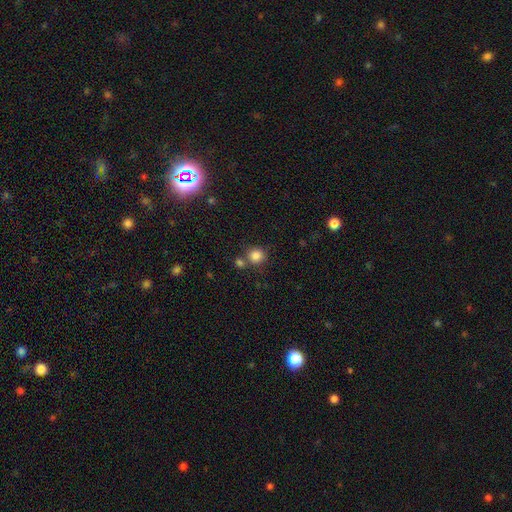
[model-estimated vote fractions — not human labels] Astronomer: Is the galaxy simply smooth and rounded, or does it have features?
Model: smooth — 83%.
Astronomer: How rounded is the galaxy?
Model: round — 90%.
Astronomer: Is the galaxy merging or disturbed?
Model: none — 69%.